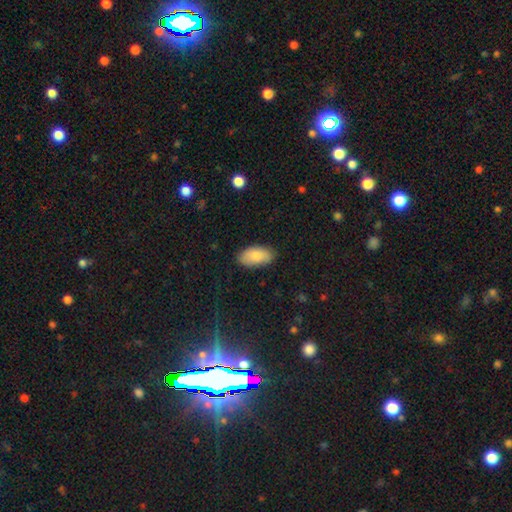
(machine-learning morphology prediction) This appears to be a smooth galaxy with no disk features (82%) that is in between round and cigar-shaped (94%). Merging: none (82%).